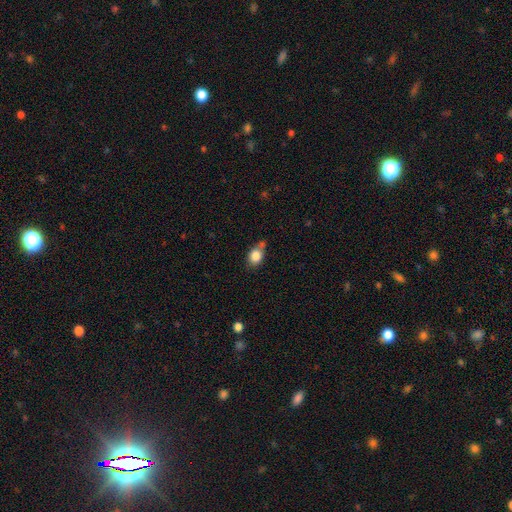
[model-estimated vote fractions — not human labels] The model was most divided on "how rounded": in between: 54%, round: 44%, cigar-shaped: 2%. Remaining: smooth or featured — smooth (82%); merging — none (49%).